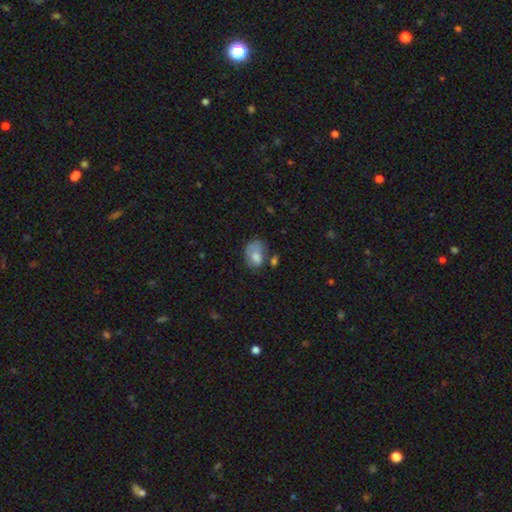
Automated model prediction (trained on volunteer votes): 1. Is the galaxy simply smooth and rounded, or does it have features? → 71% smooth, 21% featured or disk, 9% star or artifact.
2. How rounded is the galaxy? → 72% in between, 26% round, 1% cigar-shaped.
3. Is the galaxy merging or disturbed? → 34% none, 32% minor disturbance, 22% major disturbance, 12% merger.